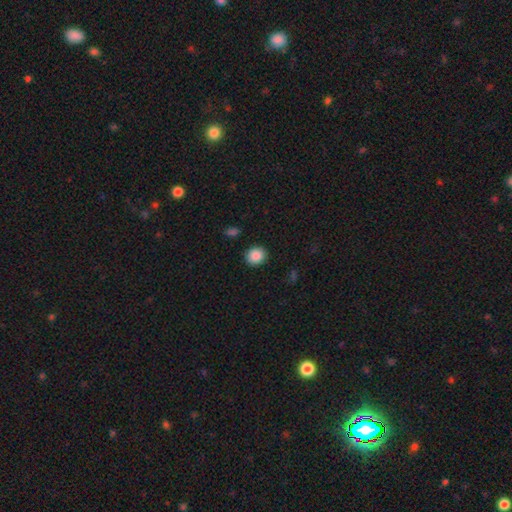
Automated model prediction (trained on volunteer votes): The model was most divided on "how rounded": round: 76%, in between: 23%, cigar-shaped: 1%. More confident: merging — none (90%); smooth or featured — smooth (87%).